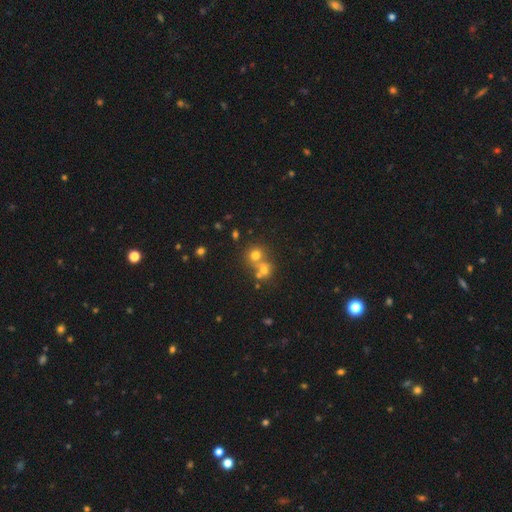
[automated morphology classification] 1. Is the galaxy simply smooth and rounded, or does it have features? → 66% smooth, 21% star or artifact, 13% featured or disk.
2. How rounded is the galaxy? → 83% round, 16% in between, 1% cigar-shaped.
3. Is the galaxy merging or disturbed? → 46% none, 45% merger, 6% minor disturbance, 3% major disturbance.